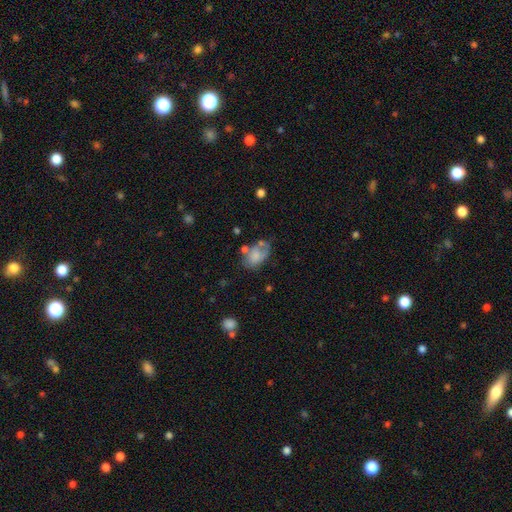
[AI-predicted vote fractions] A smooth galaxy with no disk features (60%) that is in between round and cigar-shaped (84%).

Vote fractions:
- Smooth or featured? smooth: 60% / featured or disk: 31% / star or artifact: 9%
- How rounded? in between: 84% / round: 15% / cigar-shaped: 1%
- Merging? none: 36% / minor disturbance: 28% / major disturbance: 21% / merger: 16%